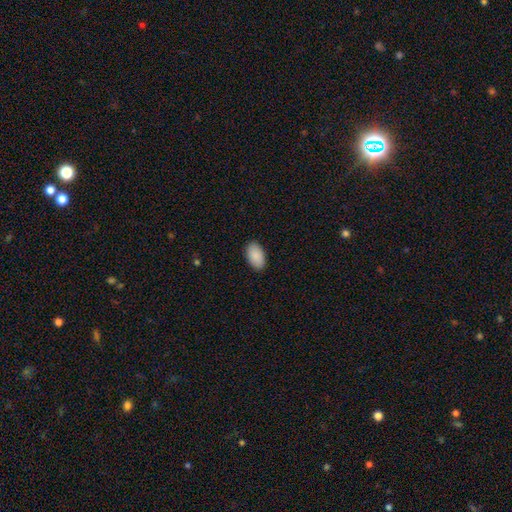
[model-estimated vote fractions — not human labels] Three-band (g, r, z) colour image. It shows a smooth galaxy with no disk features (90%) that is in between round and cigar-shaped (95%). Merging: none (89%).